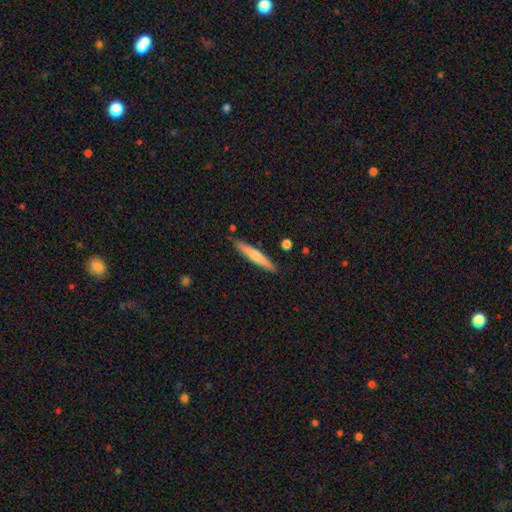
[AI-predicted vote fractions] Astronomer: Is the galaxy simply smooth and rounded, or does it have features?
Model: smooth — 64%.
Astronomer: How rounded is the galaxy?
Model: cigar-shaped — 93%.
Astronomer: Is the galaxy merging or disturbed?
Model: none — 86%.